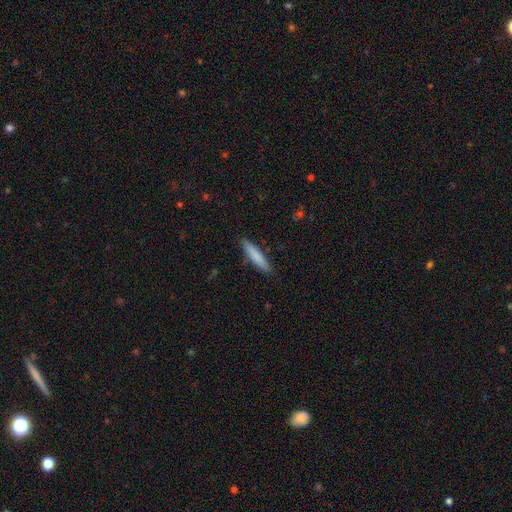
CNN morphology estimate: The model was most divided on "smooth or featured": smooth: 81%, featured or disk: 13%, star or artifact: 6%. More confident: how rounded — cigar-shaped (89%); merging — none (89%).